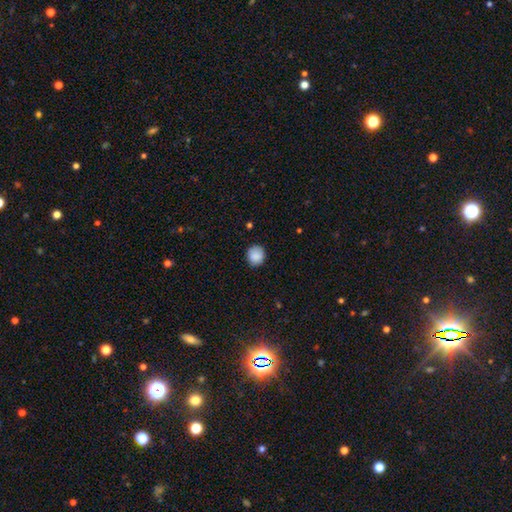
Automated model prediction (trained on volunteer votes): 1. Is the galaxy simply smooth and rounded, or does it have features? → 88% smooth, 8% star or artifact, 3% featured or disk.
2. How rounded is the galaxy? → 85% round, 14% in between, 1% cigar-shaped.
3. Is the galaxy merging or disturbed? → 85% none, 11% minor disturbance, 2% major disturbance, 1% merger.